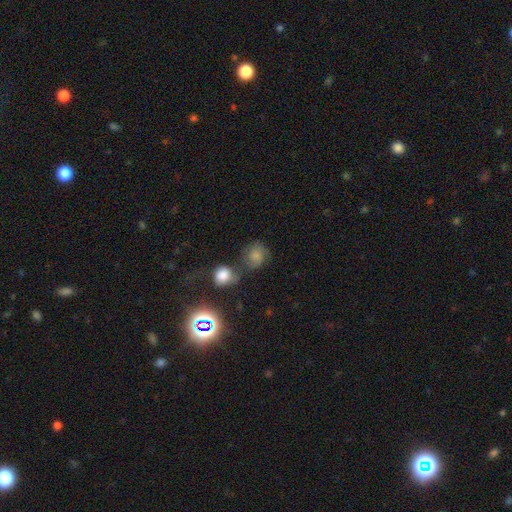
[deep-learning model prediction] smooth_or_featured: smooth (p=0.55) [alt: featured or disk p=0.31]
how_rounded: round (p=0.76) [alt: in between p=0.23]
merging: none (p=0.46) [alt: merger p=0.22]